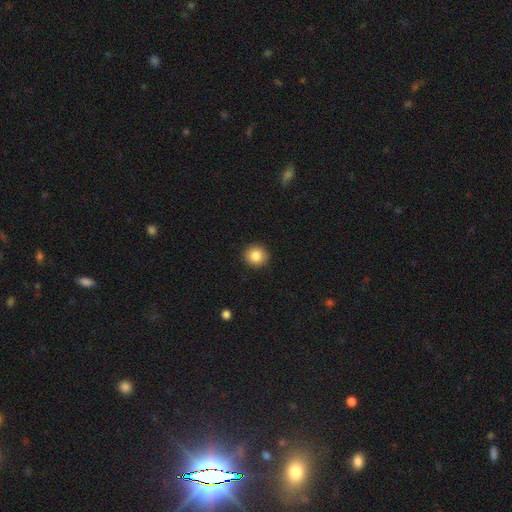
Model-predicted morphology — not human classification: The model was most divided on "smooth or featured": smooth: 85%, star or artifact: 9%, featured or disk: 6%. More confident: merging — none (92%); how rounded — round (91%).